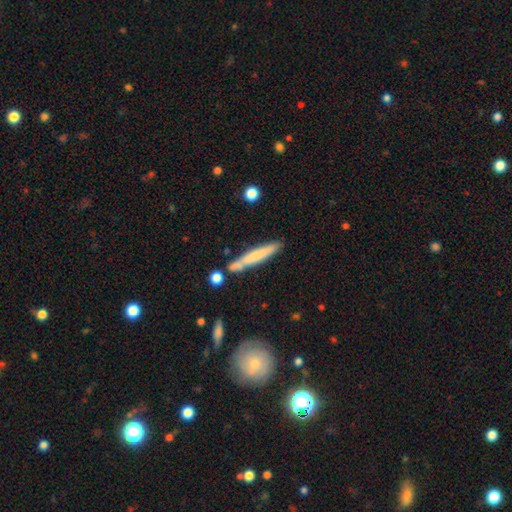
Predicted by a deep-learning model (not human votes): Smooth or featured: smooth — 64% (featured or disk — 30%)
How rounded: cigar-shaped — 94% (in between — 5%)
Merging: none — 72% (minor disturbance — 15%)